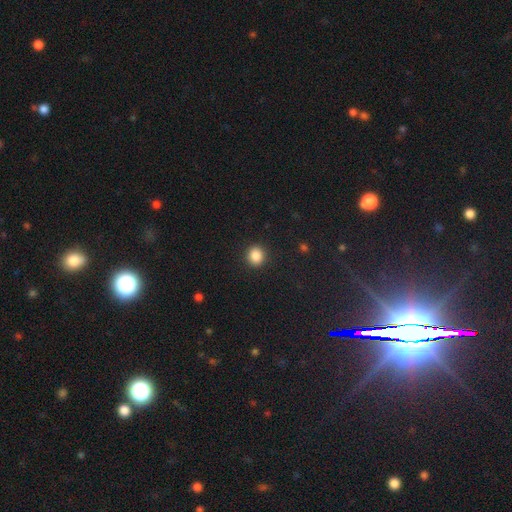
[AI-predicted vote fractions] smooth 87%, star or artifact 10%, featured or disk 4%. Down the decision tree: how rounded — round (83%); merging — none (91%).